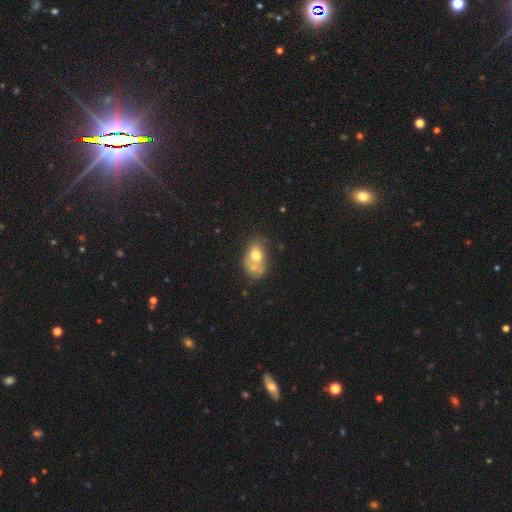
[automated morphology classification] Smooth or featured? smooth (65%)
How rounded? in between (78%)
Merging? none (30%)